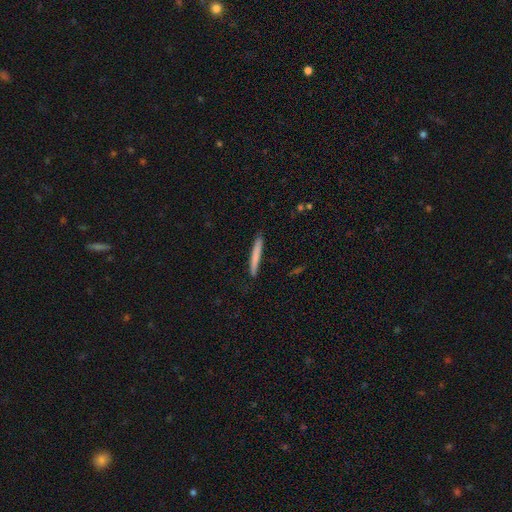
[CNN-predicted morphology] smooth-or-featured: smooth: 72% | featured or disk: 22% | star or artifact: 6%
  how-rounded: cigar-shaped: 97% | in between: 2% | round: 1%
  merging: none: 90% | minor disturbance: 7% | major disturbance: 1% | merger: 1%